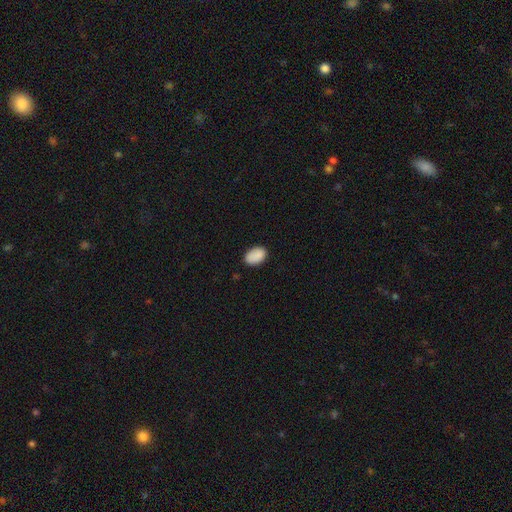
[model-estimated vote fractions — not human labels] Smooth or featured: smooth — 90% (star or artifact — 7%)
How rounded: in between — 90% (round — 8%)
Merging: none — 85% (minor disturbance — 12%)